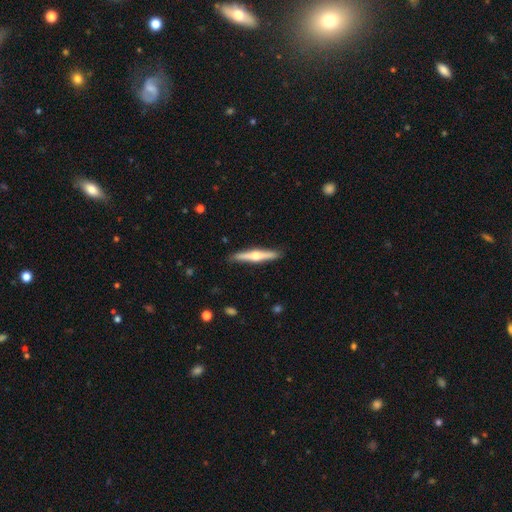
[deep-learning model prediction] This is likely a featured or disk galaxy (64%). It is clearly viewed edge-on (97%). Edge-on bulge: clearly rounded (91%). Merging: clearly none (90%).